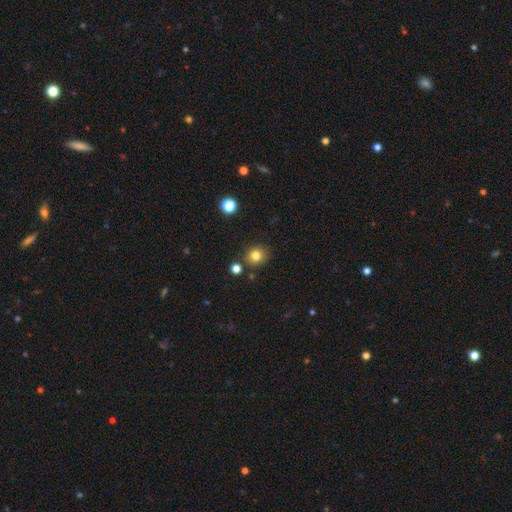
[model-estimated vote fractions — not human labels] A smooth galaxy with no disk features (80%) that is round (79%). Merging: none (81%).